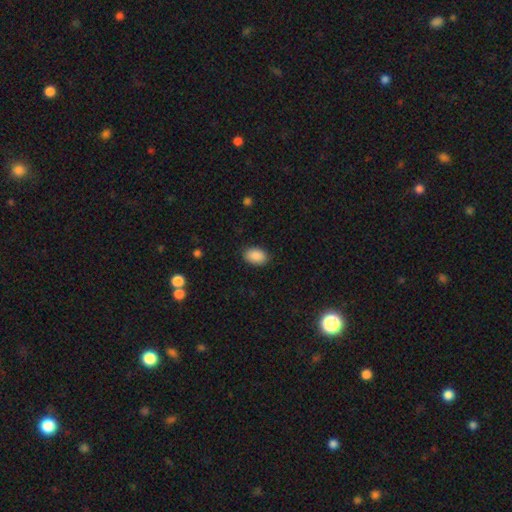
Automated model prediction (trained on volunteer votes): Smooth or featured: smooth — 89% (star or artifact — 7%)
How rounded: in between — 87% (round — 12%)
Merging: none — 87% (minor disturbance — 9%)